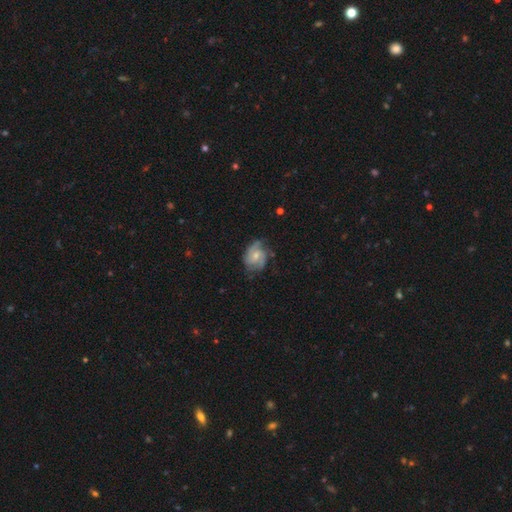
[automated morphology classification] Smooth or featured?
  - featured or disk: 78% *
  - smooth: 16%
  - star or artifact: 6%
Edge-on disk?
  - no: 98% *
  - yes: 2%
Bar?
  - no: 53% *
  - weak: 39%
  - strong: 8%
Spiral arms?
  - yes: 95% *
  - no: 5%
Spiral winding?
  - medium: 46% *
  - tight: 37%
  - loose: 17%
Spiral arm count?
  - 2: 51% *
  - 3: 25%
  - can't tell: 14%
  - 4: 4%
  - 1: 4%
  - more than 4: 3%
Bulge size?
  - small: 48% *
  - moderate: 46%
  - none: 3%
  - large: 2%
  - dominant: 1%
Merging?
  - none: 64% *
  - minor disturbance: 24%
  - major disturbance: 9%
  - merger: 2%